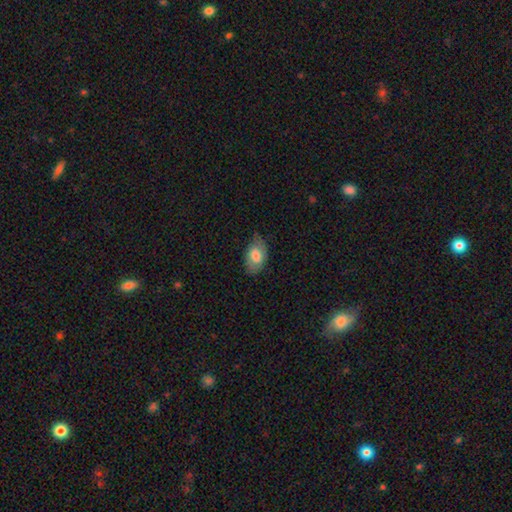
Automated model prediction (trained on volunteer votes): smooth 73%, featured or disk 21%, star or artifact 6%. Down the decision tree: how rounded — in between (91%); merging — none (69%).